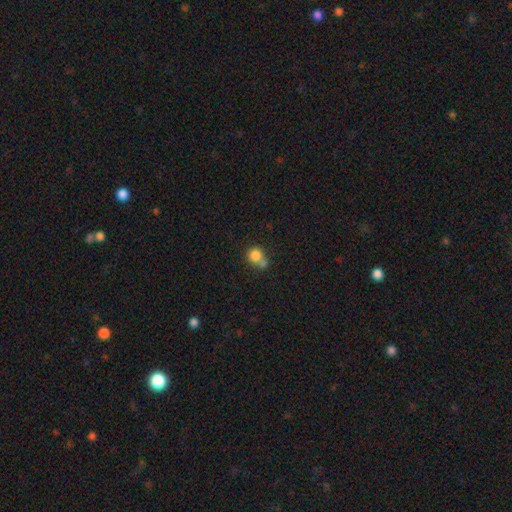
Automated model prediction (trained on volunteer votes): This appears to be a smooth galaxy with no disk features (80%) that is round (83%). Merging: merger (42%).